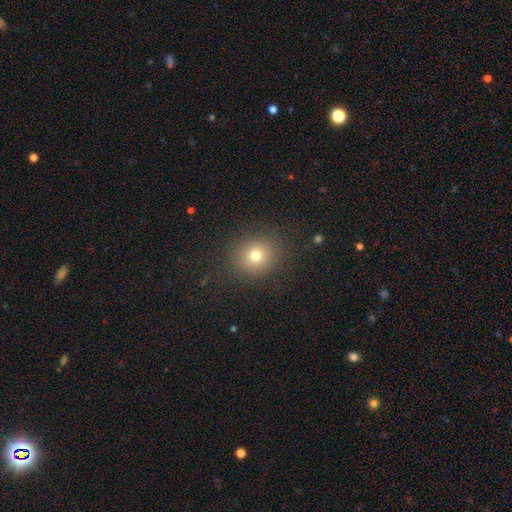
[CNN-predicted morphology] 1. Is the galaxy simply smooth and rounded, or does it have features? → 75% smooth, 16% star or artifact, 9% featured or disk.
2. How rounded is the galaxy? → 85% round, 14% in between, 1% cigar-shaped.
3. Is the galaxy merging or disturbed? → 87% none, 8% minor disturbance, 4% major disturbance, 1% merger.